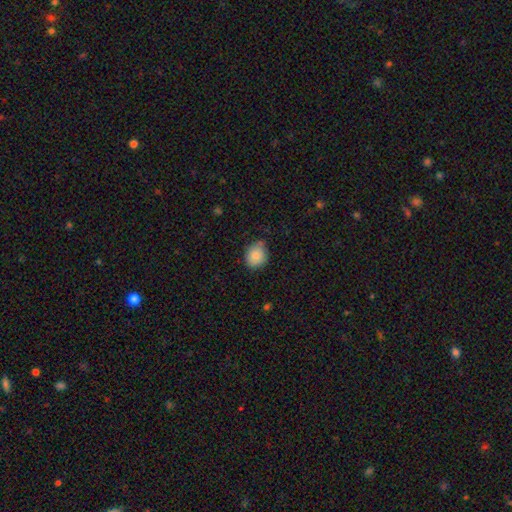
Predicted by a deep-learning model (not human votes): smooth_or_featured: smooth (p=0.86) [alt: star or artifact p=0.08]
how_rounded: round (p=0.64) [alt: in between p=0.35]
merging: none (p=0.72) [alt: minor disturbance p=0.21]